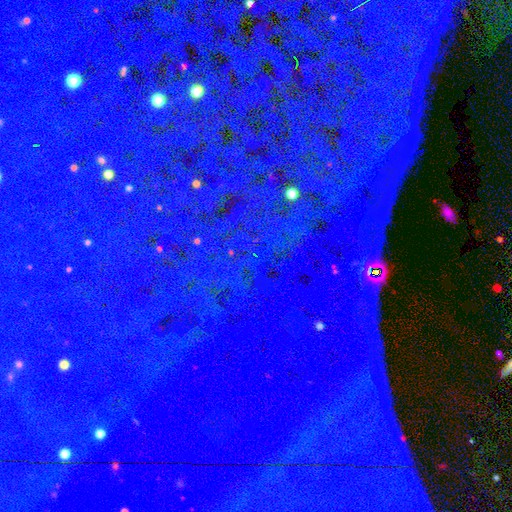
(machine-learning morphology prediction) star or artifact 82%, smooth 10%, featured or disk 8%.